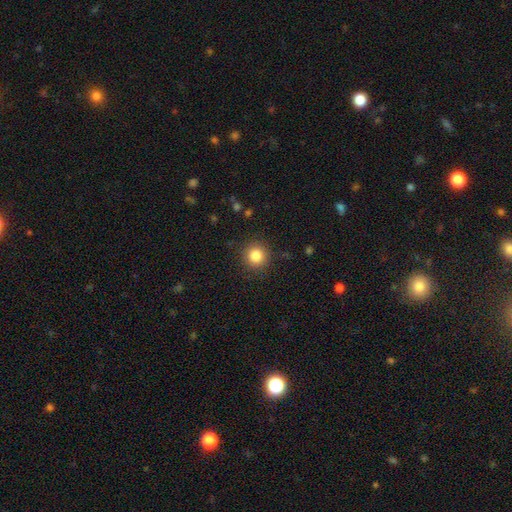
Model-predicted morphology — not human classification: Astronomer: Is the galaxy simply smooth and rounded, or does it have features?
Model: smooth — 84%.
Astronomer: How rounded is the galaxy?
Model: round — 94%.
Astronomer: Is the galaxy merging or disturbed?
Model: none — 90%.